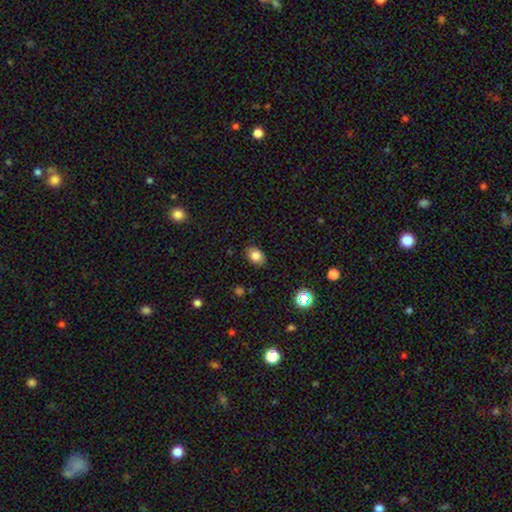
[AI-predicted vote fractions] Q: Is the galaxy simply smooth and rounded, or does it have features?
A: smooth — 80%.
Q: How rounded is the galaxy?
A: in between — 77%.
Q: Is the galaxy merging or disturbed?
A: none — 85%.